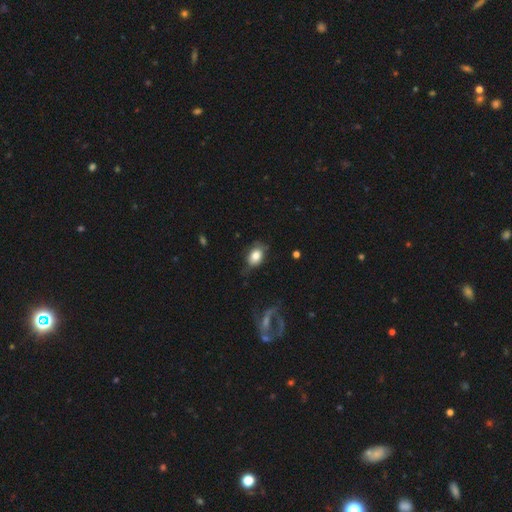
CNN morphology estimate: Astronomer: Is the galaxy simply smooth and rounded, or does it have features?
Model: smooth — 76%.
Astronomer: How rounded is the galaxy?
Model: in between — 77%.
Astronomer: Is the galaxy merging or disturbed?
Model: none — 59%.